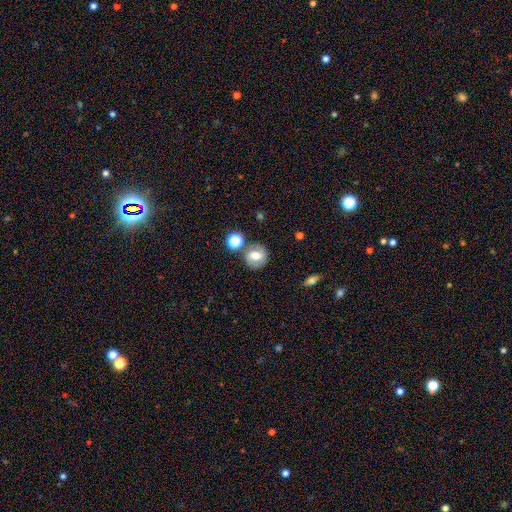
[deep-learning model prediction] This appears to be a smooth galaxy with no disk features (49%). Merging: none (73%).